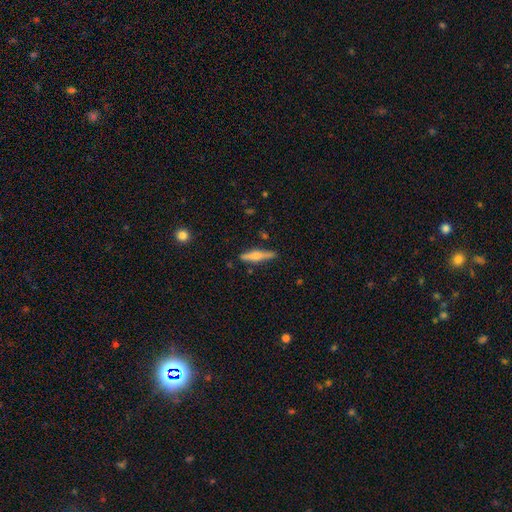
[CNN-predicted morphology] featured or disk 51%, smooth 43%, star or artifact 6%. Down the decision tree: edge-on disk — yes (96%); merging — none (87%).